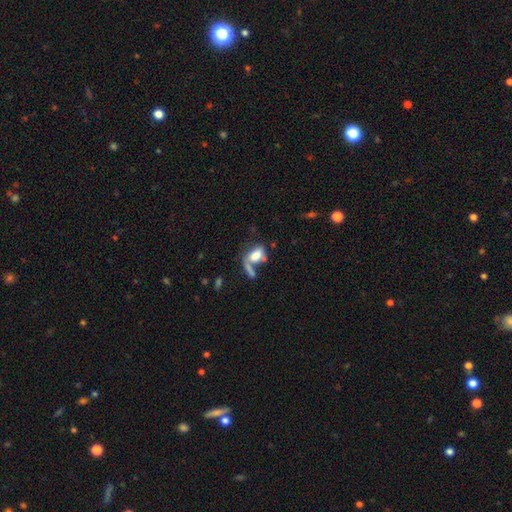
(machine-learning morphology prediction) Smooth or featured: smooth — 67% (featured or disk — 23%)
How rounded: in between — 85% (round — 10%)
Merging: merger — 41% (none — 28%)